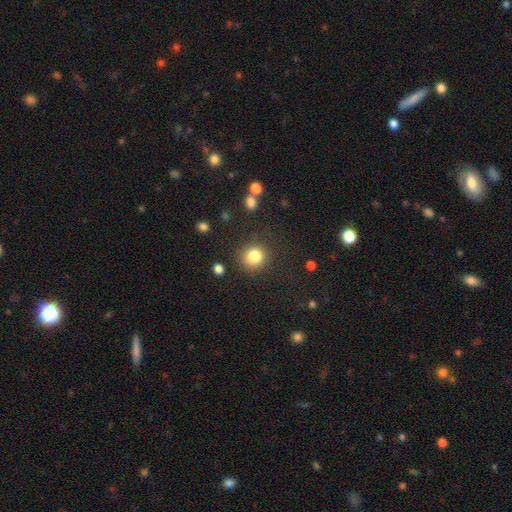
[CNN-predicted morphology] Smooth or featured?
  - smooth: 83% *
  - star or artifact: 11%
  - featured or disk: 6%
How rounded?
  - round: 87% *
  - in between: 12%
  - cigar-shaped: 1%
Merging?
  - none: 83% *
  - minor disturbance: 10%
  - major disturbance: 4%
  - merger: 3%